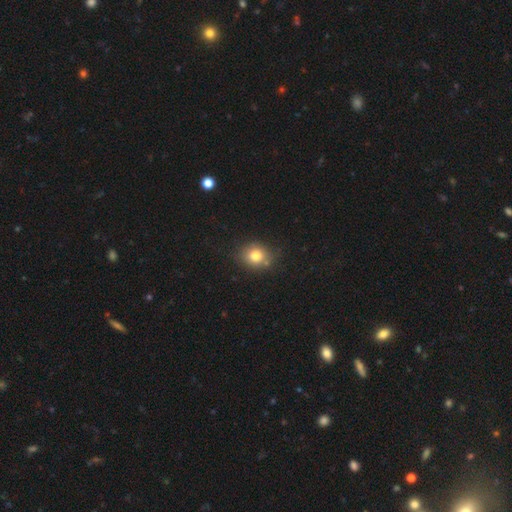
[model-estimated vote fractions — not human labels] Overall: smooth (78%). How rounded: round (68%; in between 31%). Merging: none (78%).